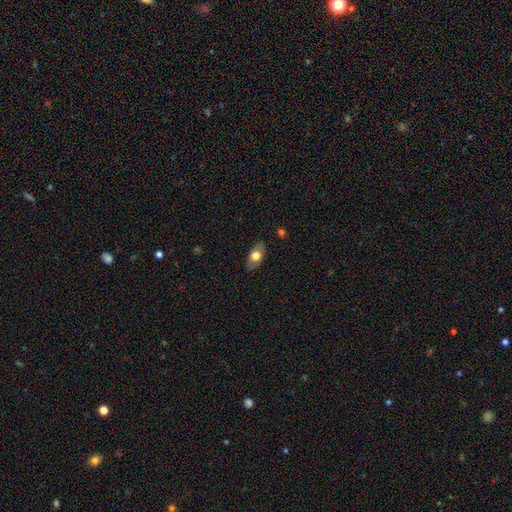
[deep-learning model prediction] smooth_or_featured: smooth (p=0.68) [alt: featured or disk p=0.25]
how_rounded: in between (p=0.90) [alt: round p=0.06]
merging: none (p=0.85) [alt: minor disturbance p=0.12]